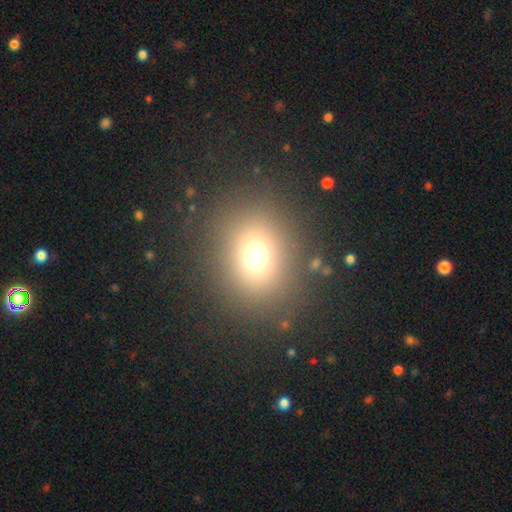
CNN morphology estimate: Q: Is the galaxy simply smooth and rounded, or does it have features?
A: smooth — 70%.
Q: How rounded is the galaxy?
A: round — 68%.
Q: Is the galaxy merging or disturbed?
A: none — 84%.